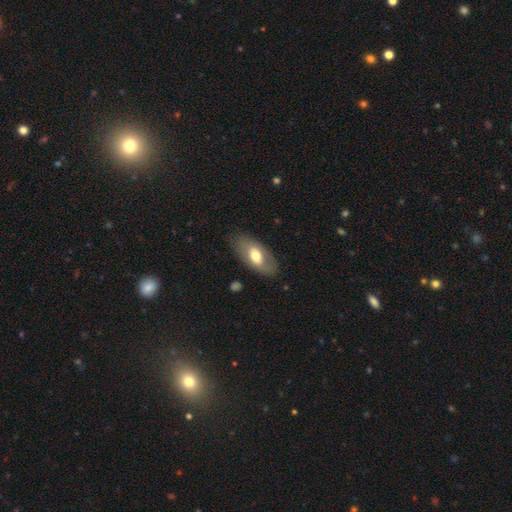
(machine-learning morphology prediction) Q: Smooth or featured?
A: smooth (59%); runner-up: featured or disk (35%)
Q: How rounded?
A: in between (90%); runner-up: cigar-shaped (5%)
Q: Merging?
A: none (80%); runner-up: minor disturbance (14%)